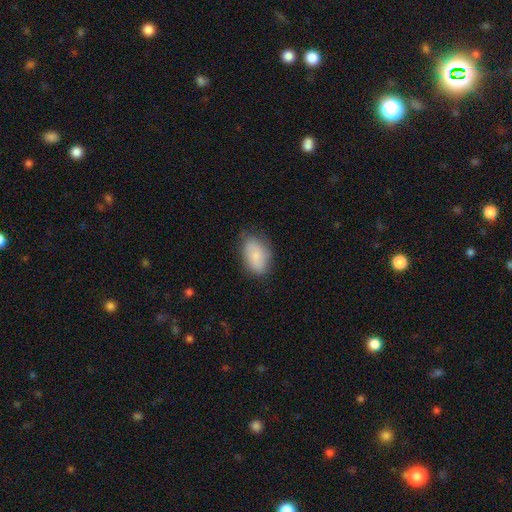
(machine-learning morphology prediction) The model was most divided on "merging": none: 73%, minor disturbance: 21%, major disturbance: 5%, merger: 1%. More confident: how rounded — in between (90%); smooth or featured — smooth (78%).